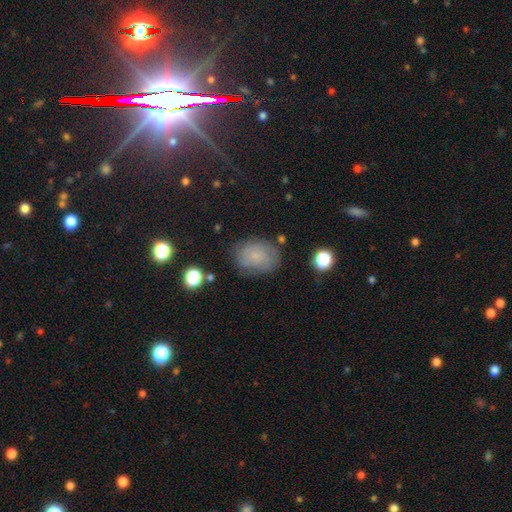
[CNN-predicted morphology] type=smooth (53%); roundness=in between (59%); merging=none (70%).